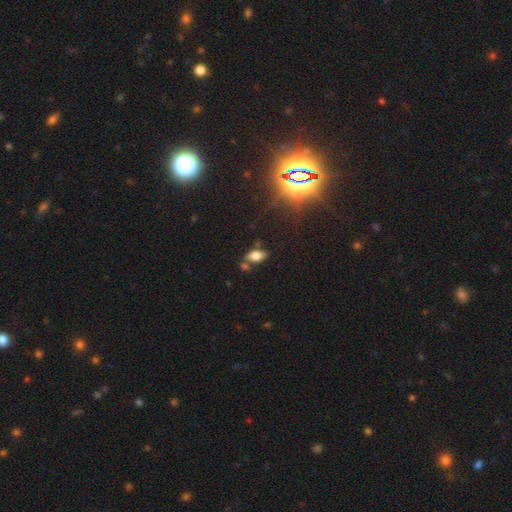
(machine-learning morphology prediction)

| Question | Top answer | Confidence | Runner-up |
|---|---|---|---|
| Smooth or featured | smooth | 72% | featured or disk (15%) |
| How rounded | in between | 88% | cigar-shaped (6%) |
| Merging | none | 64% | minor disturbance (16%) |